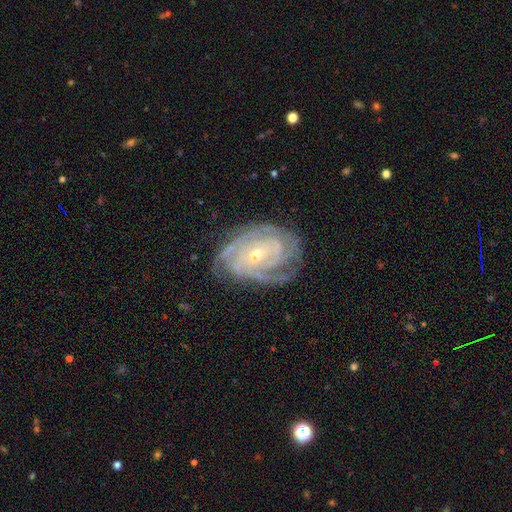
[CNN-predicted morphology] This appears to be a featured or disk galaxy (88%) with no bar (50%), tight (76%) spiral arms (97%) and a small central bulge (63%). Merging: none (70%).